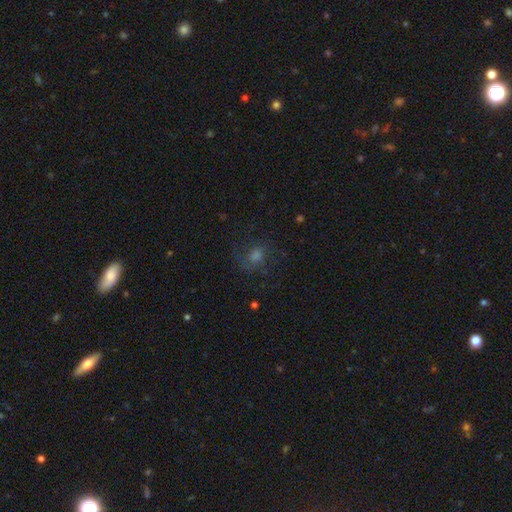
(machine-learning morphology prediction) Smooth or featured? Predicted: smooth (p=0.42). Merging? Predicted: none (p=0.68).